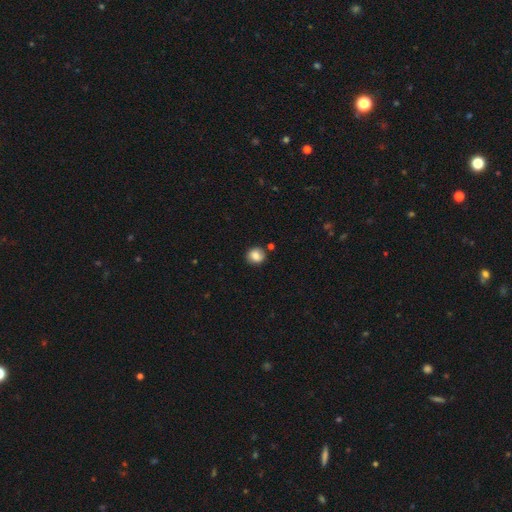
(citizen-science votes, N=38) smooth-or-featured: smooth: 82% | featured or disk: 11% | star or artifact: 8%
  how-rounded: round: 87% | in between: 13% | cigar-shaped: 0%
  merging: none: 91% | minor disturbance: 6% | merger: 3% | major disturbance: 0%